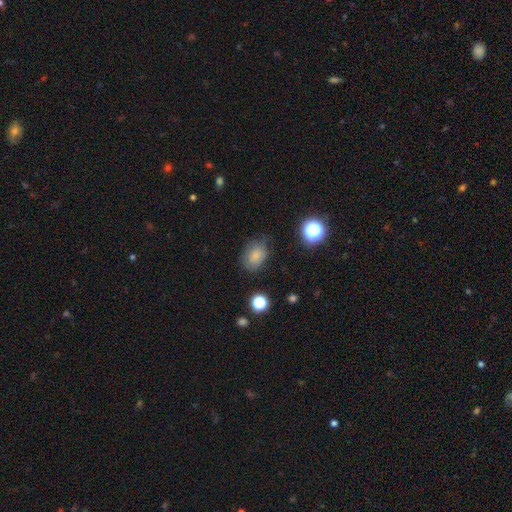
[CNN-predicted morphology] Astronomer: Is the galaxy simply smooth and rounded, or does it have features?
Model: smooth — 78%.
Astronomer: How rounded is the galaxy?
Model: in between — 69%.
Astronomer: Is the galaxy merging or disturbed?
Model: none — 70%.